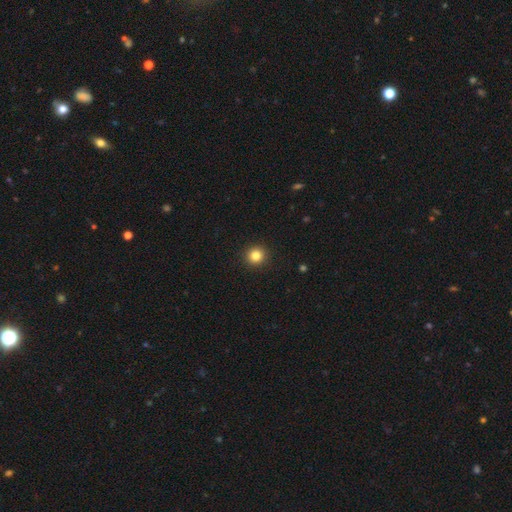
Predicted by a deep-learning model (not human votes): Smooth or featured? Predicted: smooth (p=0.84). How rounded? Predicted: round (p=0.94). Merging? Predicted: none (p=0.93).